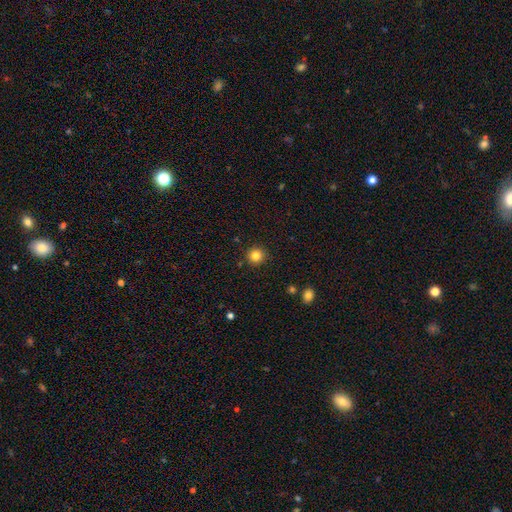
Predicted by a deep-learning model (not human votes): This is clearly a smooth galaxy (83%). How rounded: clearly round (94%). Merging: clearly none (91%).